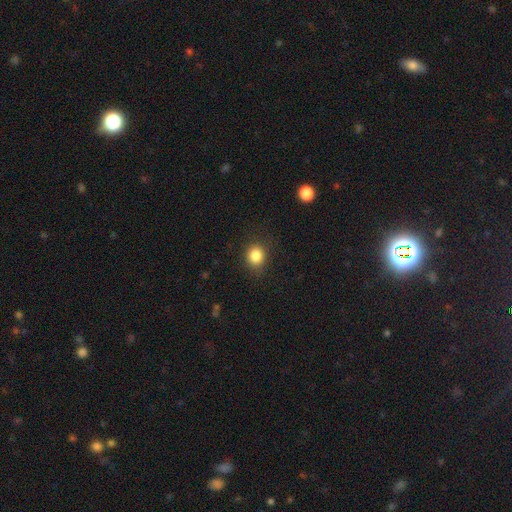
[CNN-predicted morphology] Smooth or featured: smooth — 84% (star or artifact — 11%)
How rounded: round — 75% (in between — 24%)
Merging: none — 84% (minor disturbance — 11%)